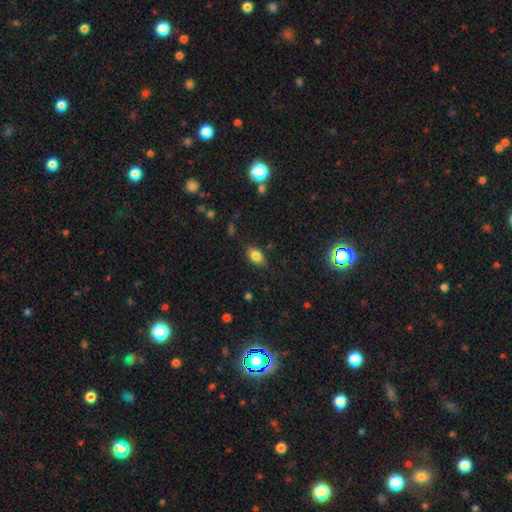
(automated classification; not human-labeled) A smooth galaxy with no disk features (82%) that is in between round and cigar-shaped (87%).

Vote fractions:
- Smooth or featured? smooth: 82% / star or artifact: 10% / featured or disk: 8%
- How rounded? in between: 87% / round: 9% / cigar-shaped: 4%
- Merging? none: 82% / minor disturbance: 14% / major disturbance: 3% / merger: 1%